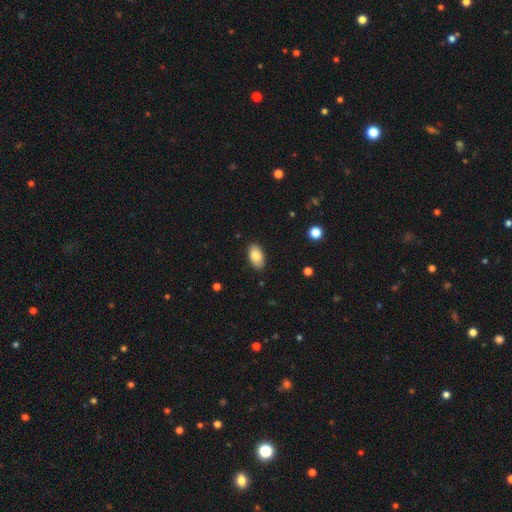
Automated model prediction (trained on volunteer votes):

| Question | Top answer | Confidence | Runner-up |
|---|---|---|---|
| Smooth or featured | smooth | 82% | featured or disk (11%) |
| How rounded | in between | 94% | round (4%) |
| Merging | none | 88% | minor disturbance (9%) |